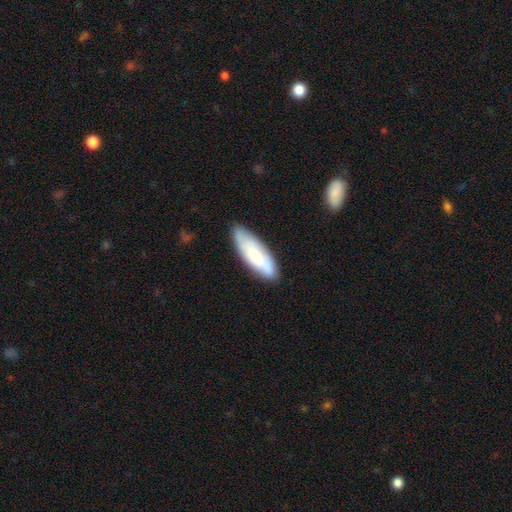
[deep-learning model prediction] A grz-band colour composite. It shows a smooth galaxy with no disk features (64%) that is in between round and cigar-shaped (57%). Merging: none (78%).